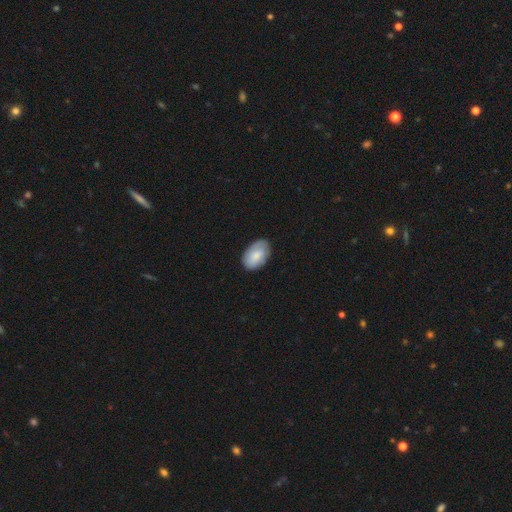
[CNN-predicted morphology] This appears to be a smooth galaxy with no disk features (79%) that is in between round and cigar-shaped (92%). Merging: none (80%).